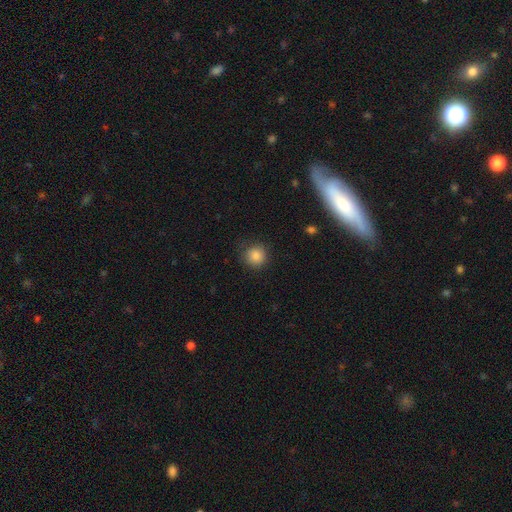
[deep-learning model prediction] Smooth or featured?
  - smooth: 86% *
  - star or artifact: 10%
  - featured or disk: 4%
How rounded?
  - round: 92% *
  - in between: 7%
  - cigar-shaped: 1%
Merging?
  - none: 83% *
  - minor disturbance: 12%
  - major disturbance: 4%
  - merger: 1%